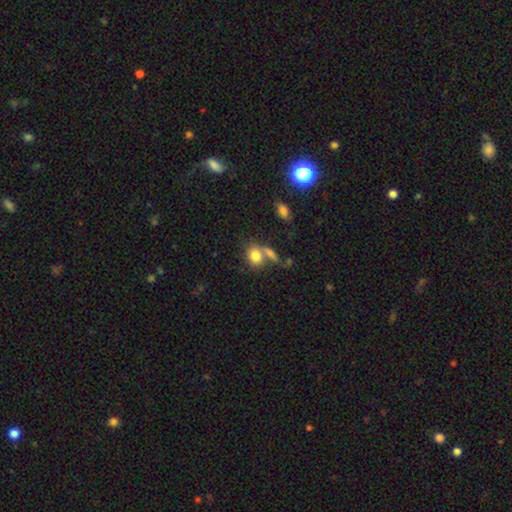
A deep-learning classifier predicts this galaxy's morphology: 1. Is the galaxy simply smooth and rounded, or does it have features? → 79% smooth, 11% featured or disk, 10% star or artifact.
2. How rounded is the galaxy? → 57% in between, 40% round, 2% cigar-shaped.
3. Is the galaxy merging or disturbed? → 43% none, 38% merger, 12% minor disturbance, 7% major disturbance.